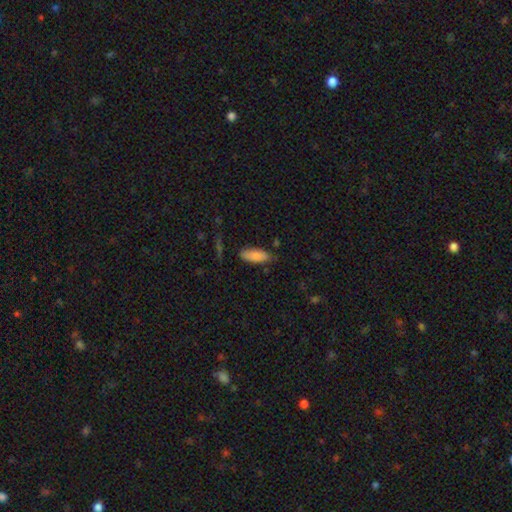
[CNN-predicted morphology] smooth-or-featured: smooth: 84% | featured or disk: 9% | star or artifact: 6%
  how-rounded: in between: 71% | cigar-shaped: 28% | round: 2%
  merging: none: 73% | minor disturbance: 21% | major disturbance: 4% | merger: 2%